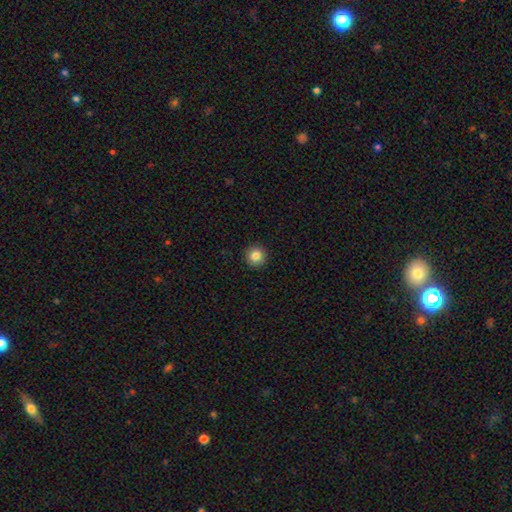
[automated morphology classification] Smooth or featured?
  - smooth: 84% *
  - star or artifact: 11%
  - featured or disk: 6%
How rounded?
  - round: 95% *
  - in between: 4%
  - cigar-shaped: 1%
Merging?
  - none: 93% *
  - minor disturbance: 4%
  - major disturbance: 2%
  - merger: 1%